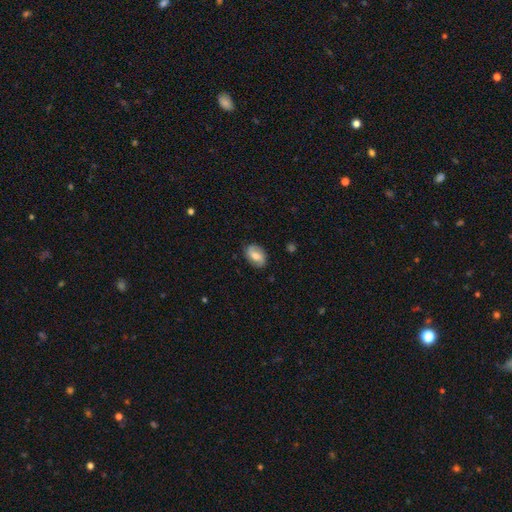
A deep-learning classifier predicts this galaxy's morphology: Smooth or featured? smooth (48%)
Merging? none (82%)